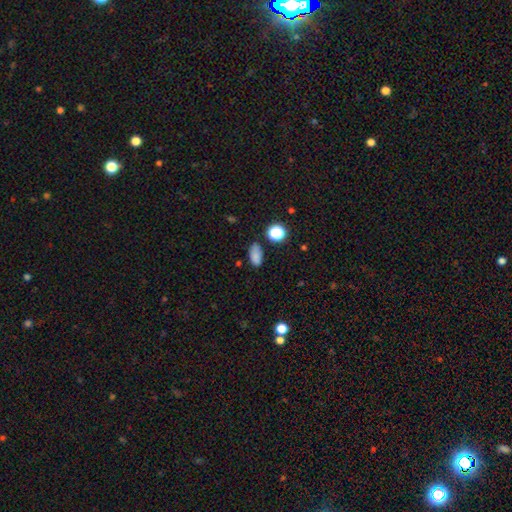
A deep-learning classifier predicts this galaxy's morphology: A smooth galaxy with no disk features (81%) that is in between round and cigar-shaped (89%).

Vote fractions:
- Smooth or featured? smooth: 81% / star or artifact: 14% / featured or disk: 6%
- How rounded? in between: 89% / round: 8% / cigar-shaped: 3%
- Merging? none: 75% / minor disturbance: 18% / major disturbance: 4% / merger: 4%